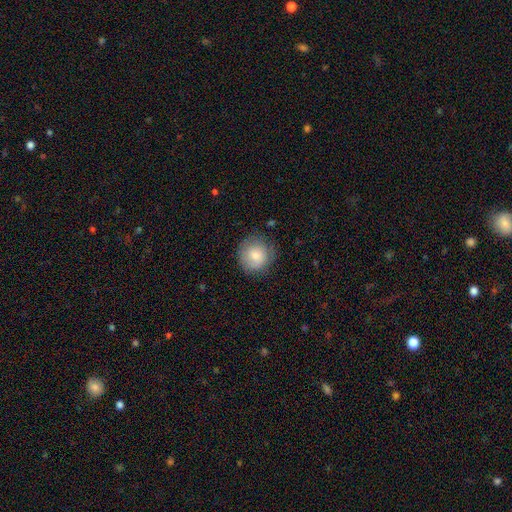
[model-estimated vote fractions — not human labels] Smooth or featured? Predicted: smooth (p=0.79). How rounded? Predicted: round (p=0.91). Merging? Predicted: none (p=0.75).